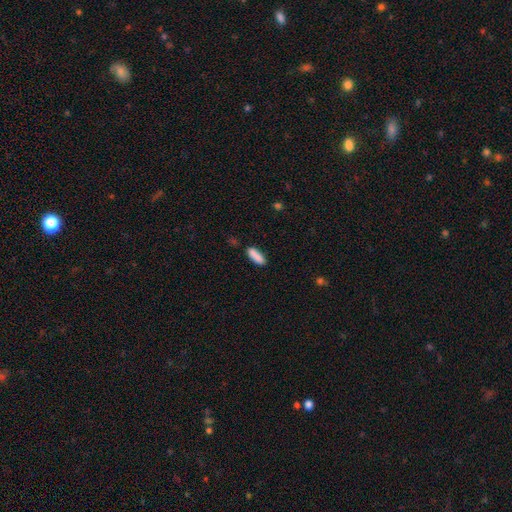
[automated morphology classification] This is clearly a smooth galaxy (88%). How rounded: possibly in between (52%). Merging: clearly none (82%).